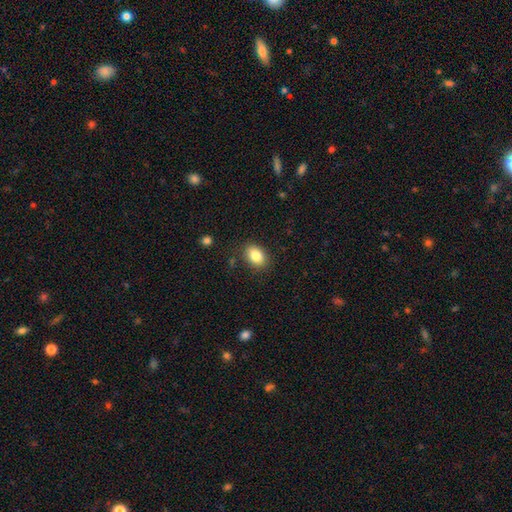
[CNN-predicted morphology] The model was most divided on "how rounded": in between: 79%, round: 20%, cigar-shaped: 1%. More confident: merging — none (86%); smooth or featured — smooth (85%).